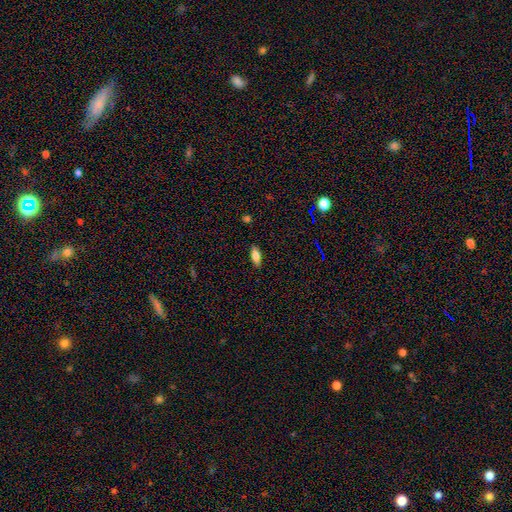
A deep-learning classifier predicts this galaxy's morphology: smooth-or-featured: smooth: 77% | featured or disk: 15% | star or artifact: 8%
  how-rounded: in between: 76% | cigar-shaped: 21% | round: 3%
  merging: none: 88% | minor disturbance: 9% | major disturbance: 2% | merger: 1%